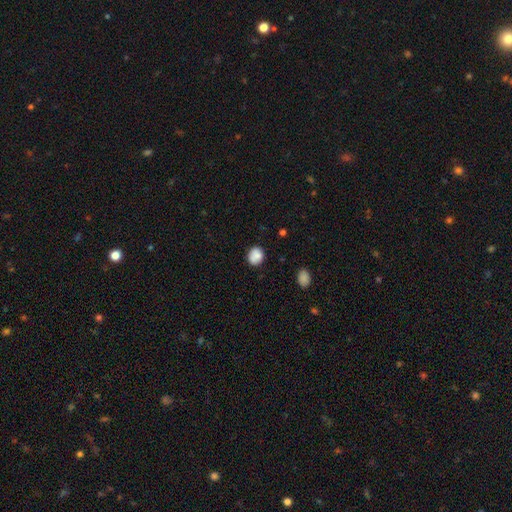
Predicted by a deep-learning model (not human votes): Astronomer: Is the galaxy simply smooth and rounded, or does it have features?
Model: smooth — 85%.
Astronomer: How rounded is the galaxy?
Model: round — 66%.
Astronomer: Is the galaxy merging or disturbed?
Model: none — 77%.